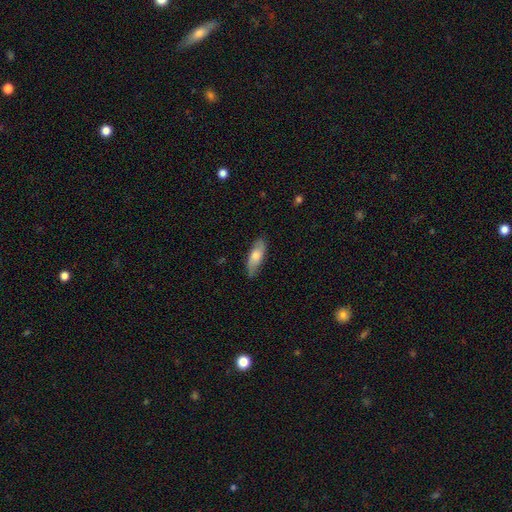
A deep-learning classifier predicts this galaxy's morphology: Overall: smooth (63%; featured or disk 31%). How rounded: in between (67%; cigar-shaped 31%). Merging: none (76%).